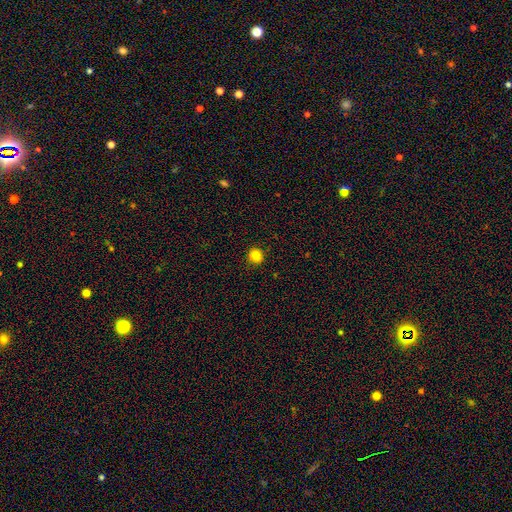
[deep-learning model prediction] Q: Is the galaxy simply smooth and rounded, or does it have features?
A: smooth — 84%.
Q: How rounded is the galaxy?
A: round — 89%.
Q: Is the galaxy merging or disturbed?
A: none — 92%.